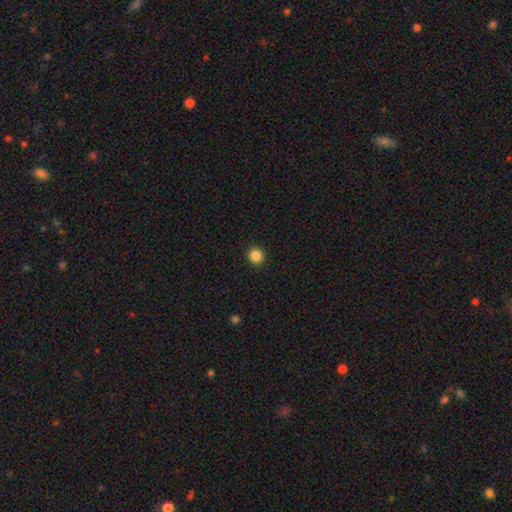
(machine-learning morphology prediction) Smooth or featured?
  - smooth: 86% *
  - star or artifact: 11%
  - featured or disk: 3%
How rounded?
  - round: 92% *
  - in between: 7%
  - cigar-shaped: 1%
Merging?
  - none: 93% *
  - minor disturbance: 5%
  - major disturbance: 2%
  - merger: 1%